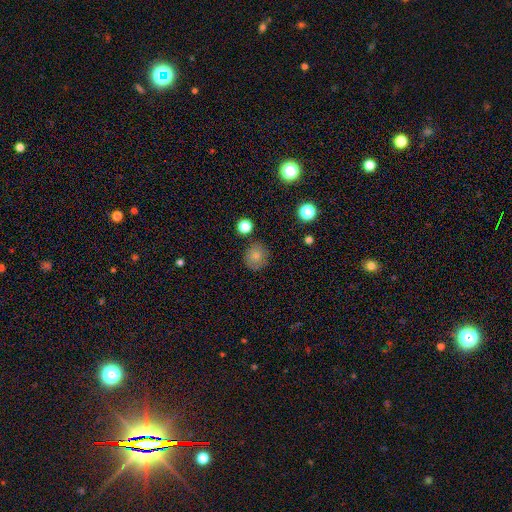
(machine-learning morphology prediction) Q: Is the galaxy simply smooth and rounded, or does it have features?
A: smooth — 81%.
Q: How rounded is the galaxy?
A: round — 86%.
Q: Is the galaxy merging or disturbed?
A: none — 82%.